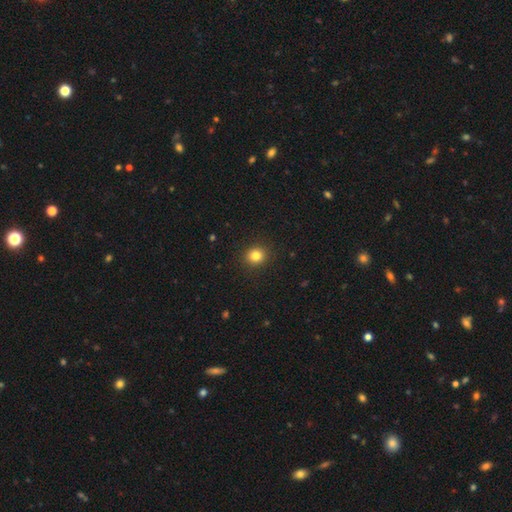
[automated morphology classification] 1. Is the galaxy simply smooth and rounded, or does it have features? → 82% smooth, 12% star or artifact, 6% featured or disk.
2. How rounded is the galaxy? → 82% round, 17% in between, 1% cigar-shaped.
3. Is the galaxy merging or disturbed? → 91% none, 6% minor disturbance, 2% major disturbance, 1% merger.